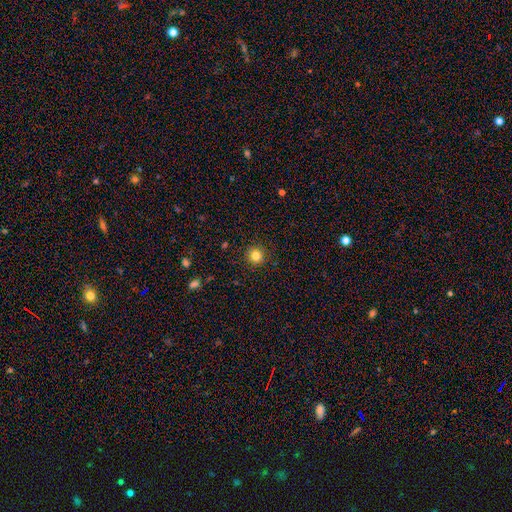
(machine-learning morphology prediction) This is clearly a smooth galaxy (83%). How rounded: clearly round (94%). Merging: clearly none (92%).